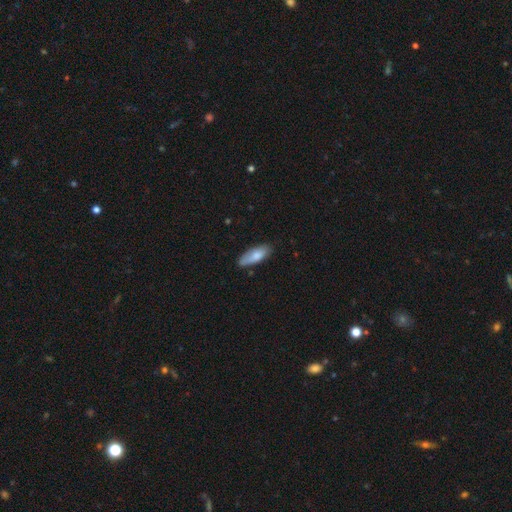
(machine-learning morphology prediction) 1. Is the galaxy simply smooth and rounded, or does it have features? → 78% smooth, 16% featured or disk, 6% star or artifact.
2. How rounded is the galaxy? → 70% in between, 28% cigar-shaped, 2% round.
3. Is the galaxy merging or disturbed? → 76% none, 19% minor disturbance, 3% major disturbance, 2% merger.